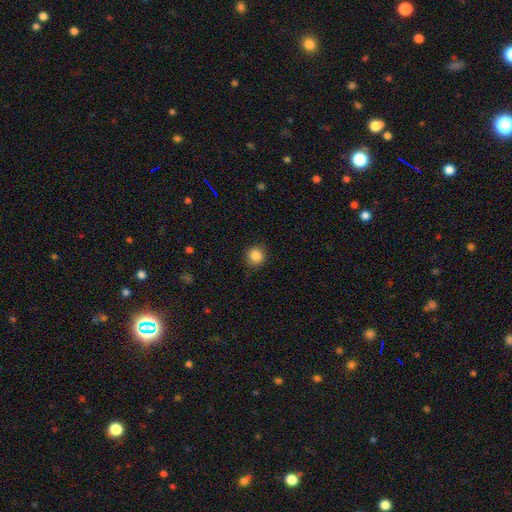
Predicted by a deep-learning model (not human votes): Smooth or featured? Predicted: smooth (p=0.86). How rounded? Predicted: round (p=0.92). Merging? Predicted: none (p=0.88).